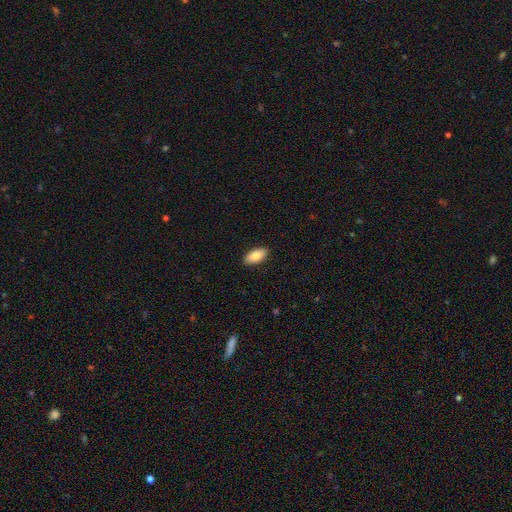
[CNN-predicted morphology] type=smooth (86%); roundness=in between (93%); merging=none (90%).